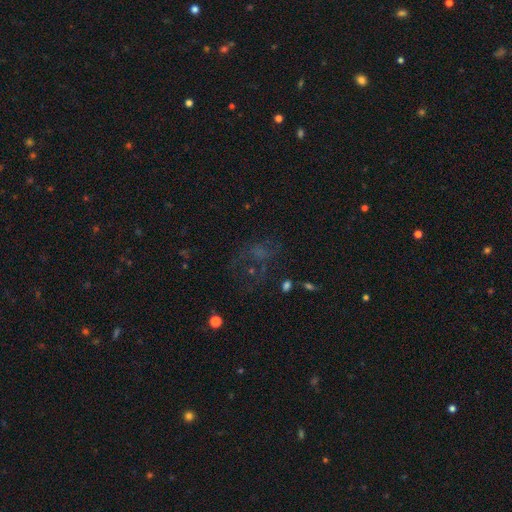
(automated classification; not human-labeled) star or artifact 45%, smooth 31%, featured or disk 24%.